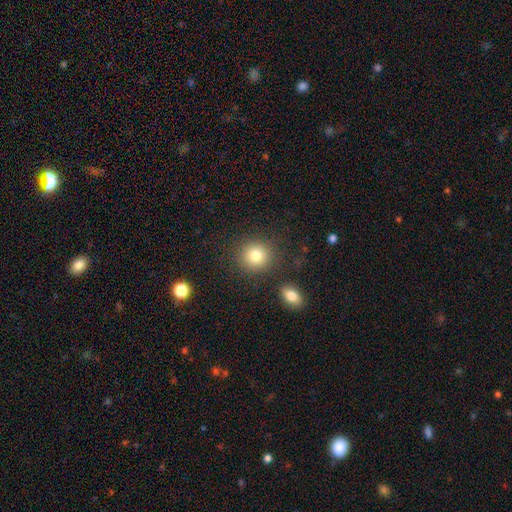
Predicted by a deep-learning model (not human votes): A smooth galaxy with no disk features (81%) that is round (89%).

Vote fractions:
- Smooth or featured? smooth: 81% / star or artifact: 11% / featured or disk: 8%
- How rounded? round: 89% / in between: 10% / cigar-shaped: 1%
- Merging? none: 85% / minor disturbance: 8% / merger: 4% / major disturbance: 3%